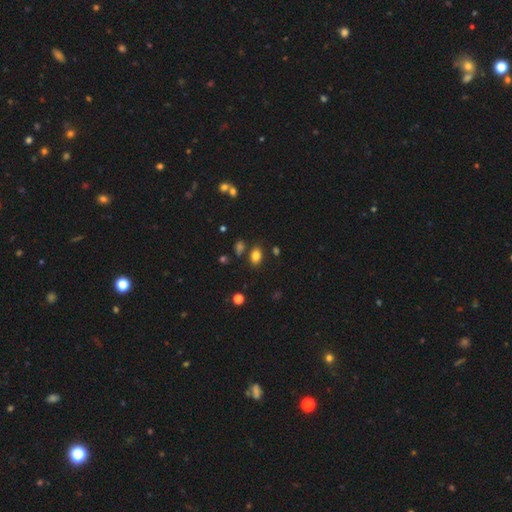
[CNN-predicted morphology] Smooth or featured?
  - smooth: 81% *
  - star or artifact: 12%
  - featured or disk: 6%
How rounded?
  - in between: 80% *
  - round: 18%
  - cigar-shaped: 2%
Merging?
  - none: 79% *
  - minor disturbance: 12%
  - merger: 6%
  - major disturbance: 3%